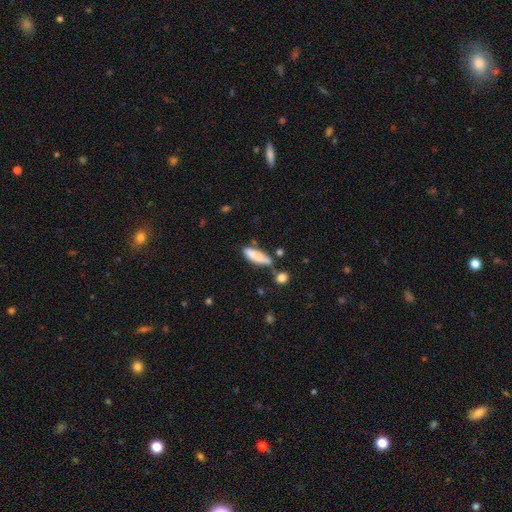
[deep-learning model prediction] smooth_or_featured: smooth (p=0.82) [alt: featured or disk p=0.11]
how_rounded: cigar-shaped (p=0.56) [alt: in between p=0.42]
merging: none (p=0.59) [alt: minor disturbance p=0.23]